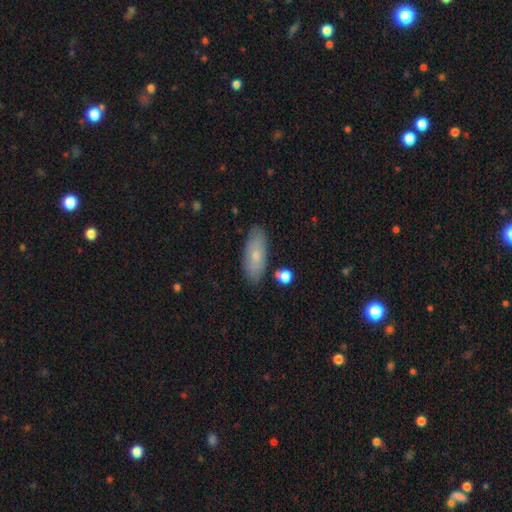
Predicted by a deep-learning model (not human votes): Smooth or featured?
  - smooth: 73% *
  - featured or disk: 20%
  - star or artifact: 7%
How rounded?
  - in between: 76% *
  - cigar-shaped: 21%
  - round: 3%
Merging?
  - none: 82% *
  - minor disturbance: 12%
  - merger: 3%
  - major disturbance: 3%